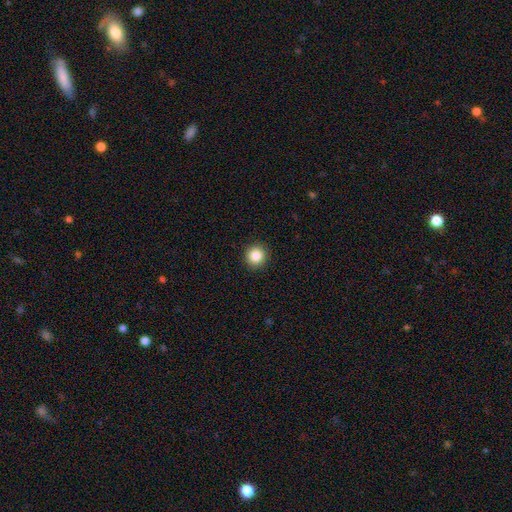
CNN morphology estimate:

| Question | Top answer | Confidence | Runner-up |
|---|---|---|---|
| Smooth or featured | smooth | 86% | star or artifact (10%) |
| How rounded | round | 94% | in between (5%) |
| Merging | none | 92% | minor disturbance (5%) |